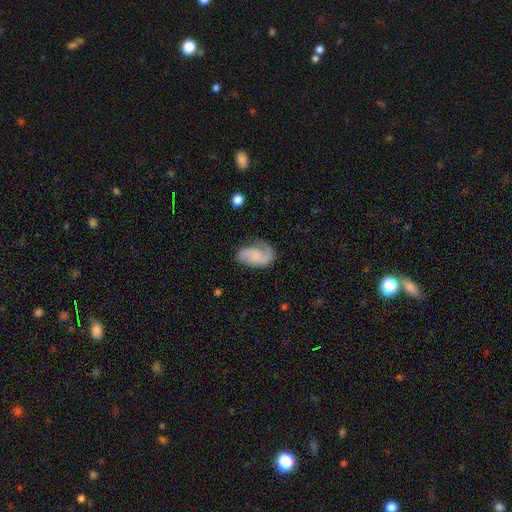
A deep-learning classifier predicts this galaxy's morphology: type=featured or disk (64%); edge-on=no (97%); bar=no (64%); spiral arms=yes (93%); winding=medium (42%); arm count=2 (60%); bulge=none (41%); merging=none (60%).